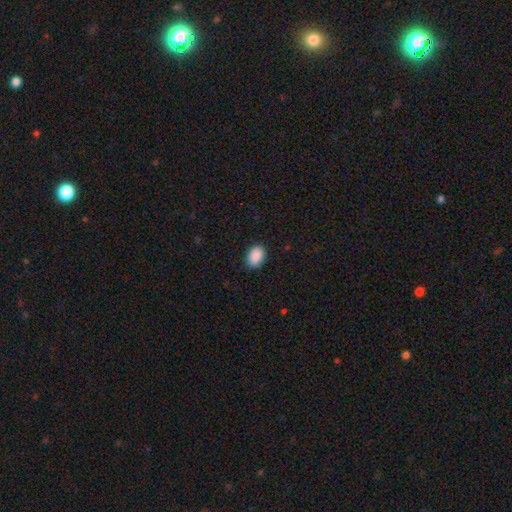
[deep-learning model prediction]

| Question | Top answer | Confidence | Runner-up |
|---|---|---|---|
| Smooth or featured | smooth | 90% | star or artifact (7%) |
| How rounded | in between | 81% | round (18%) |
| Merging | none | 88% | minor disturbance (9%) |